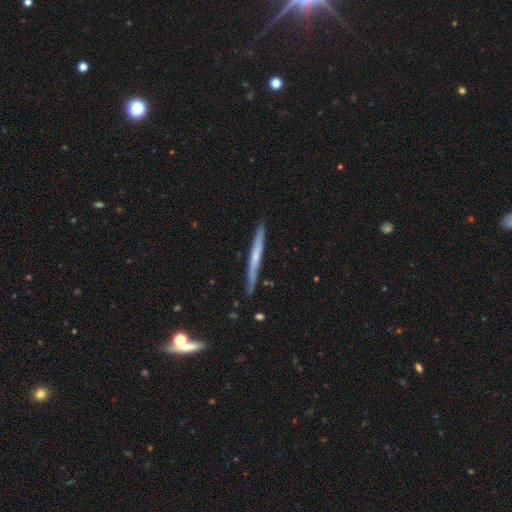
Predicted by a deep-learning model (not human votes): smooth_or_featured: featured or disk (p=0.51) [alt: smooth p=0.43]
disk_edge_on: yes (p=0.96) [alt: no p=0.04]
merging: none (p=0.88) [alt: minor disturbance p=0.09]